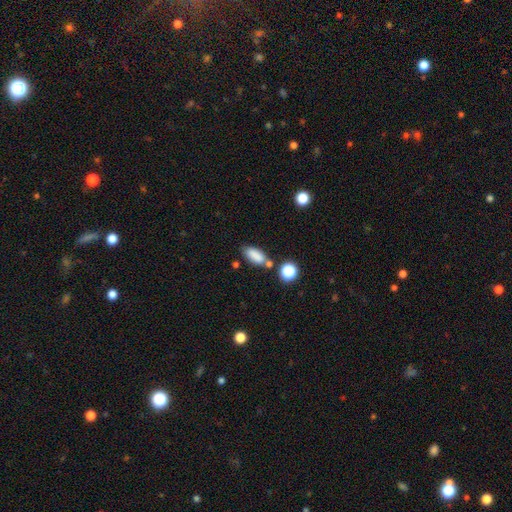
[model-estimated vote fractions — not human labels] Overall: smooth (83%). How rounded: in between (83%). Merging: none (66%).